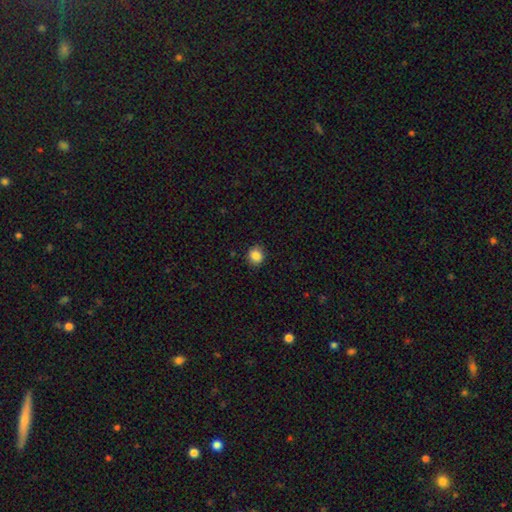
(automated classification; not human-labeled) This appears to be a smooth galaxy with no disk features (87%) that is round (82%). Merging: none (87%).